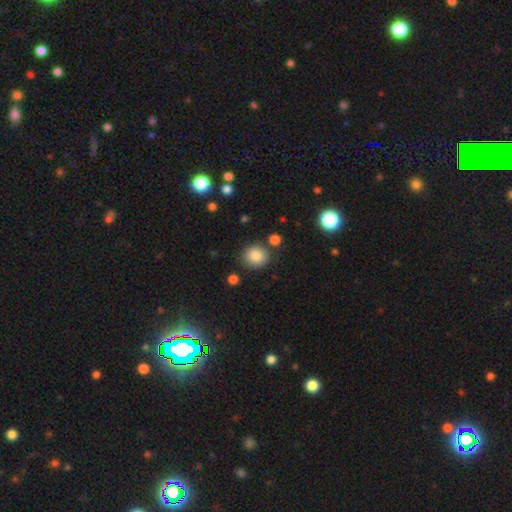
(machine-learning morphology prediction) type=smooth (86%); roundness=round (79%); merging=none (82%).